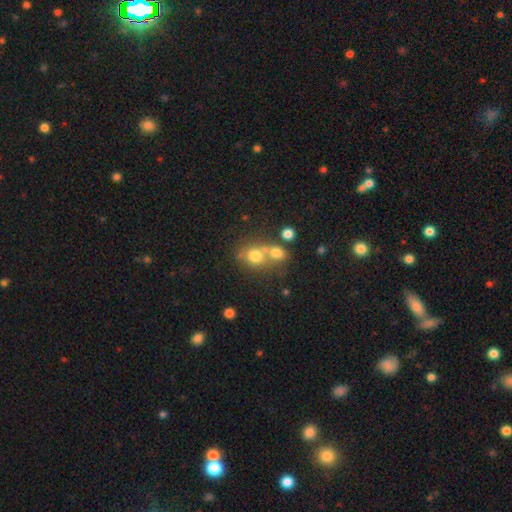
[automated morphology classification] smooth_or_featured: smooth (p=0.72) [alt: featured or disk p=0.14]
how_rounded: round (p=0.73) [alt: in between p=0.26]
merging: merger (p=0.43) [alt: none p=0.42]